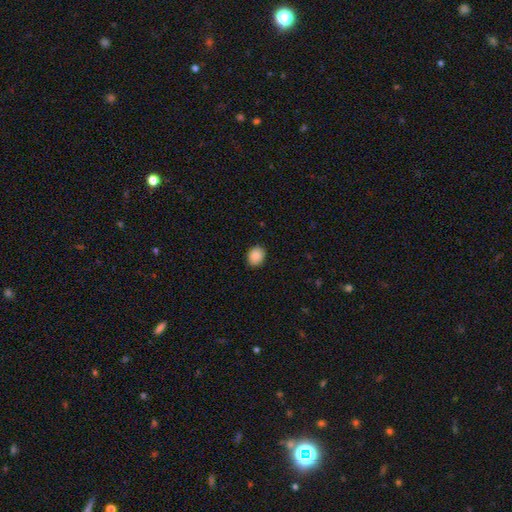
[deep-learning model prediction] smooth 89%, star or artifact 8%, featured or disk 3%. Down the decision tree: how rounded — round (57%); merging — none (90%).